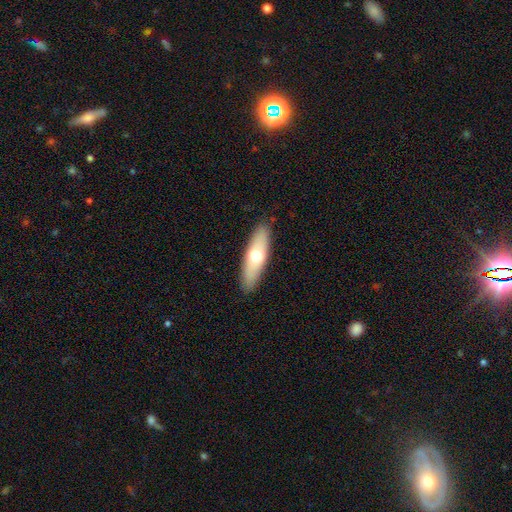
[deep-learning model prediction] Smooth or featured?
  - smooth: 60% *
  - featured or disk: 35%
  - star or artifact: 6%
How rounded?
  - cigar-shaped: 54% *
  - in between: 43%
  - round: 2%
Merging?
  - none: 89% *
  - minor disturbance: 8%
  - major disturbance: 2%
  - merger: 1%